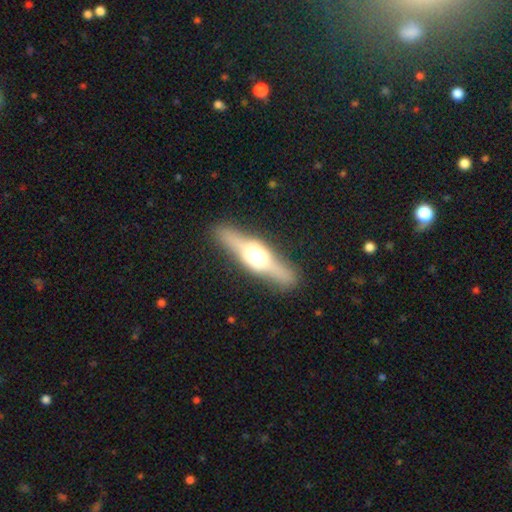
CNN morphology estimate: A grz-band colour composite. It shows a featured or disk galaxy (67%) viewed edge-on (93%) with a rounded central bulge (92%). Merging: none (86%).